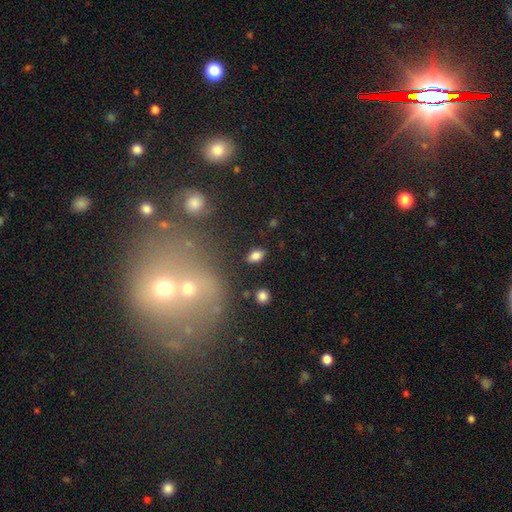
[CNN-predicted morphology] This is clearly a smooth galaxy (82%). How rounded: clearly in between (89%). Merging: clearly none (85%).